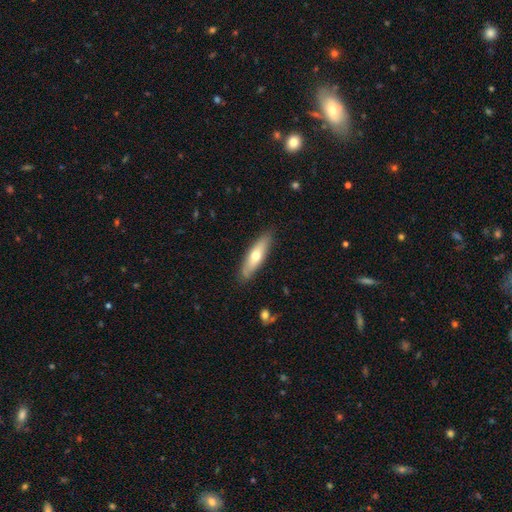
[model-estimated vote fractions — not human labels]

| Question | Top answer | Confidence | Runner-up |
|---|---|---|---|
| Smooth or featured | smooth | 58% | featured or disk (37%) |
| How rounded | cigar-shaped | 61% | in between (37%) |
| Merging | none | 84% | minor disturbance (12%) |